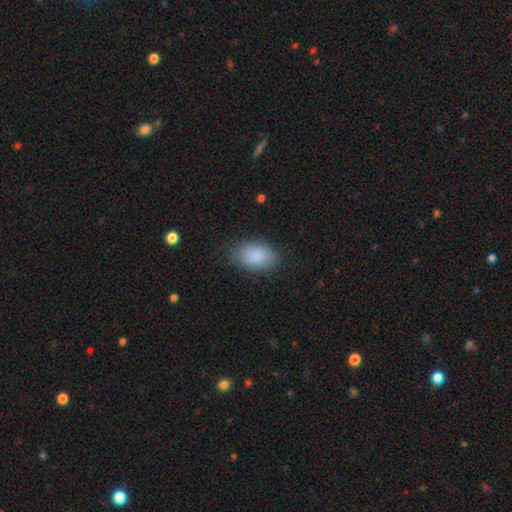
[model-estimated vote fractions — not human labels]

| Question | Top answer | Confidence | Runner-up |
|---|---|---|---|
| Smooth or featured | smooth | 89% | star or artifact (7%) |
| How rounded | in between | 91% | round (7%) |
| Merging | none | 84% | minor disturbance (11%) |